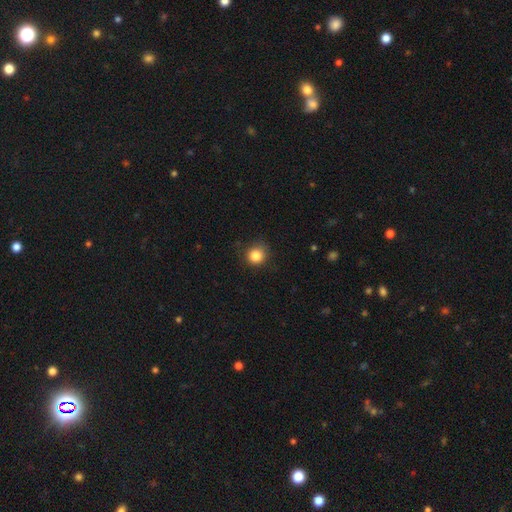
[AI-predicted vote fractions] smooth_or_featured: smooth (p=0.84) [alt: star or artifact p=0.11]
how_rounded: round (p=0.91) [alt: in between p=0.08]
merging: none (p=0.81) [alt: minor disturbance p=0.15]